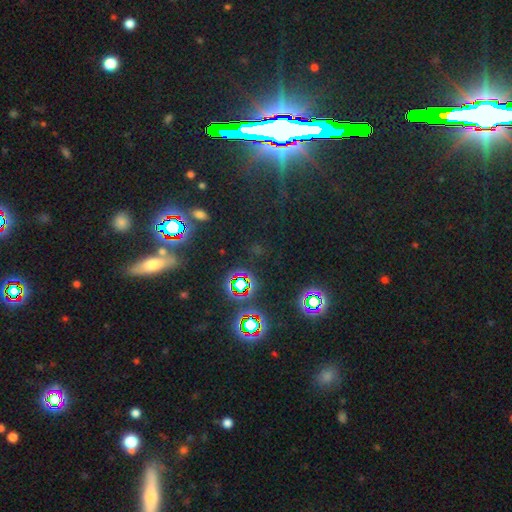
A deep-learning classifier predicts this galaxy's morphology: Overall: star or artifact (75%).